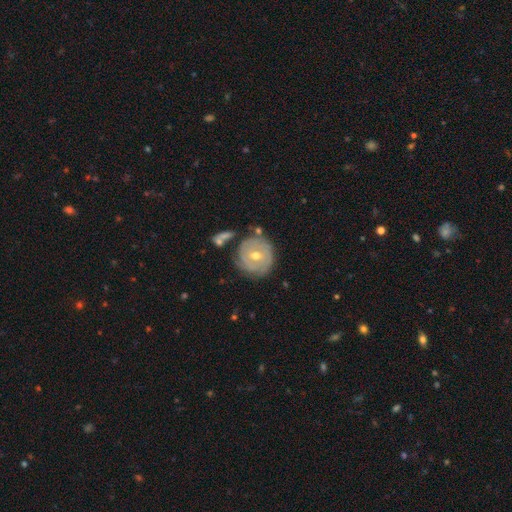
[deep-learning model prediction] Overall: featured or disk (74%). Edge-on disk: no (97%). Bar: no (65%; weak 28%). Spiral arms: yes (83%). Spiral arm count: can't tell (38%; 2 32%). Spiral winding: tight (80%). Bulge size: moderate (67%; small 29%). Merging: none (73%).